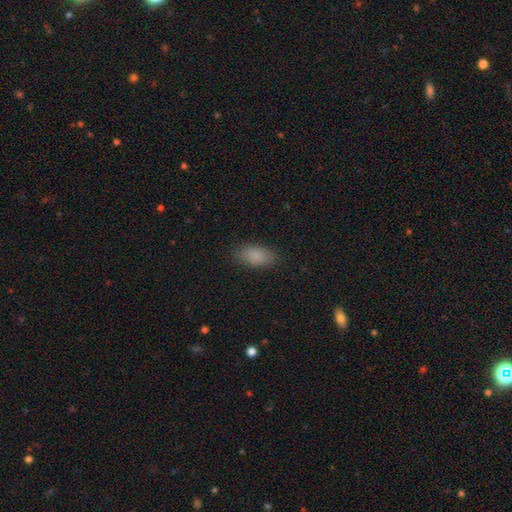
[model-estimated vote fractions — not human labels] Smooth or featured: smooth — 87% (star or artifact — 8%)
How rounded: in between — 91% (cigar-shaped — 5%)
Merging: none — 85% (minor disturbance — 11%)